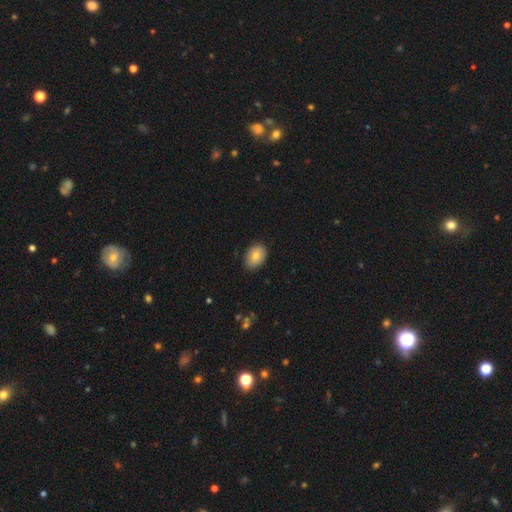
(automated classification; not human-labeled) Smooth or featured?
  - smooth: 79% *
  - featured or disk: 13%
  - star or artifact: 8%
How rounded?
  - in between: 79% *
  - round: 20%
  - cigar-shaped: 1%
Merging?
  - none: 86% *
  - minor disturbance: 11%
  - major disturbance: 2%
  - merger: 1%